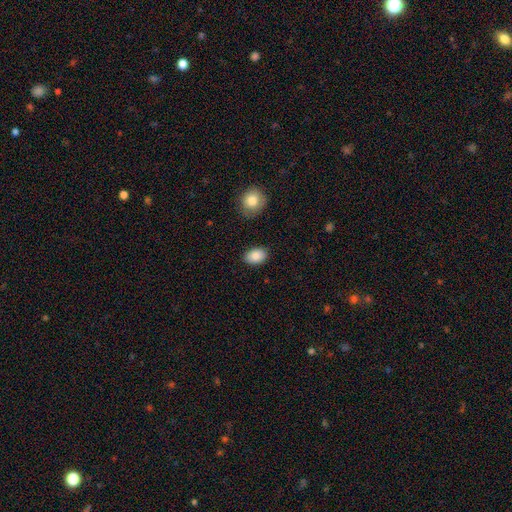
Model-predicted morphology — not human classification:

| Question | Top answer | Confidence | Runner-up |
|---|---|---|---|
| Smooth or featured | smooth | 87% | star or artifact (7%) |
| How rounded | in between | 85% | round (14%) |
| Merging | none | 86% | minor disturbance (10%) |